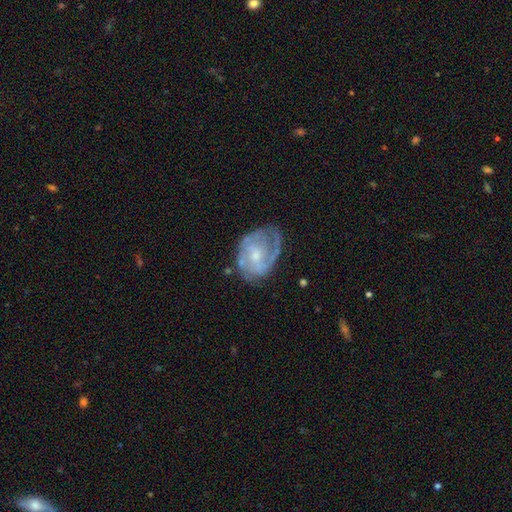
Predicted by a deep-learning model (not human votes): smooth_or_featured: featured or disk (p=0.76) [alt: smooth p=0.18]
disk_edge_on: no (p=0.97) [alt: yes p=0.03]
bar: no (p=0.58) [alt: weak p=0.36]
has_spiral_arms: yes (p=0.85) [alt: no p=0.15]
spiral_winding: tight (p=0.45) [alt: medium p=0.39]
spiral_arm_count: 2 (p=0.38) [alt: can't tell p=0.30]
bulge_size: small (p=0.52) [alt: moderate p=0.40]
merging: none (p=0.56) [alt: minor disturbance p=0.25]